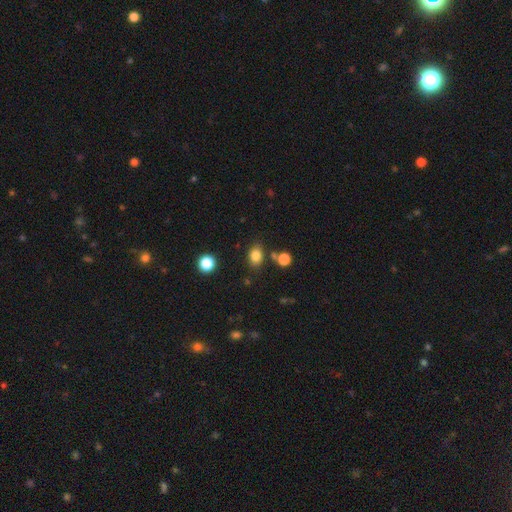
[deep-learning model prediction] A smooth galaxy with no disk features (82%) that is in between round and cigar-shaped (63%).

Vote fractions:
- Smooth or featured? smooth: 82% / star or artifact: 12% / featured or disk: 6%
- How rounded? in between: 63% / round: 36% / cigar-shaped: 1%
- Merging? none: 77% / minor disturbance: 12% / merger: 8% / major disturbance: 3%